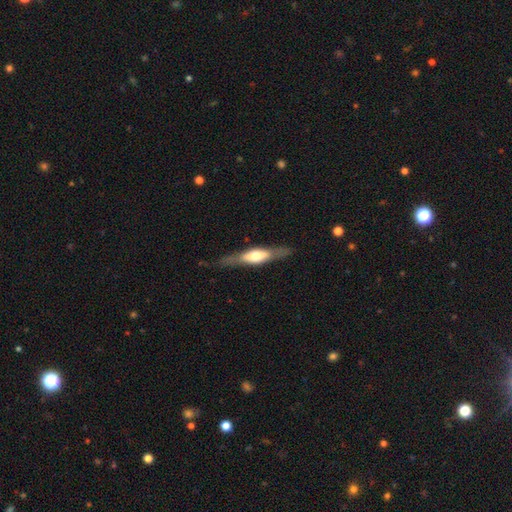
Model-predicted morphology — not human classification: Smooth or featured? featured or disk (62%)
Edge-on disk? yes (87%)
Edge-on bulge? rounded (80%)
Merging? none (76%)